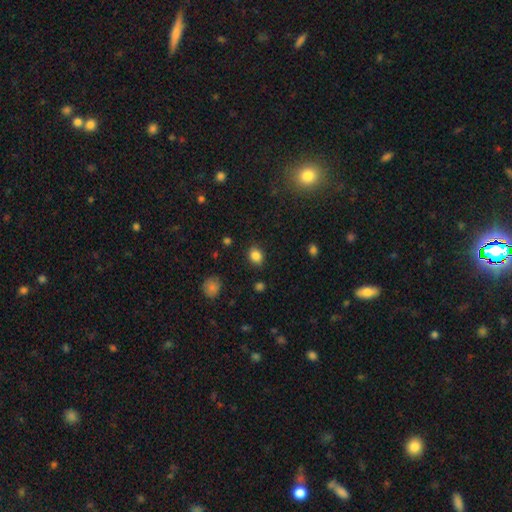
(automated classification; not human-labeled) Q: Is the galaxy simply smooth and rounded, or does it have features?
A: smooth — 85%.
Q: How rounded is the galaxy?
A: round — 52%.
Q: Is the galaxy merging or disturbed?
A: none — 85%.